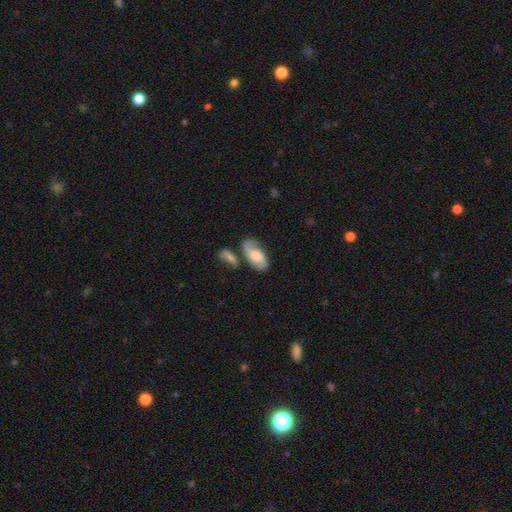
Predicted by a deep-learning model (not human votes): Smooth or featured?
  - smooth: 51% *
  - featured or disk: 42%
  - star or artifact: 8%
How rounded?
  - in between: 92% *
  - cigar-shaped: 4%
  - round: 4%
Merging?
  - none: 45% *
  - minor disturbance: 23%
  - merger: 19%
  - major disturbance: 13%